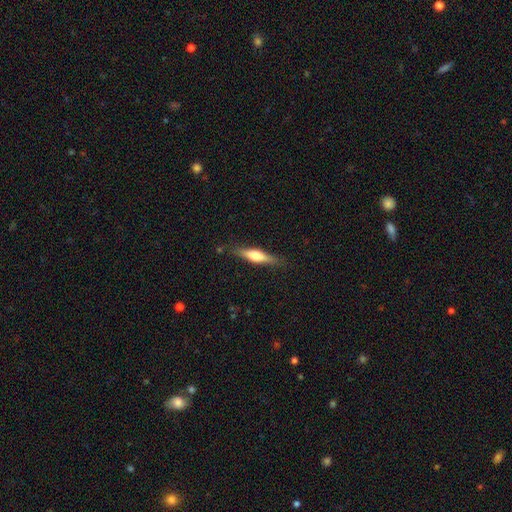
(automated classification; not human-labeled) This appears to be a smooth galaxy with no disk features (48%). Merging: none (83%).